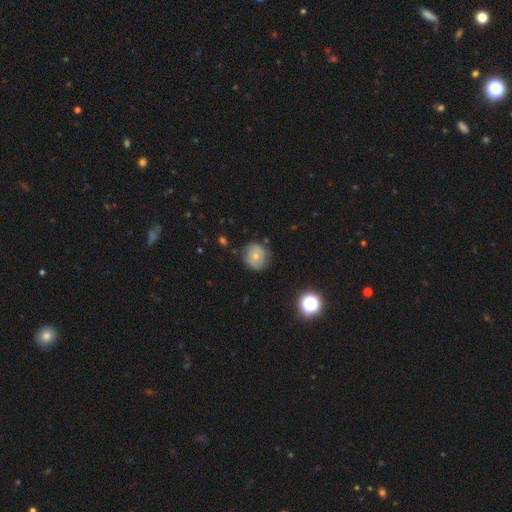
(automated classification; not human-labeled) Overall: smooth (54%; featured or disk 35%). How rounded: round (88%). Merging: none (76%).